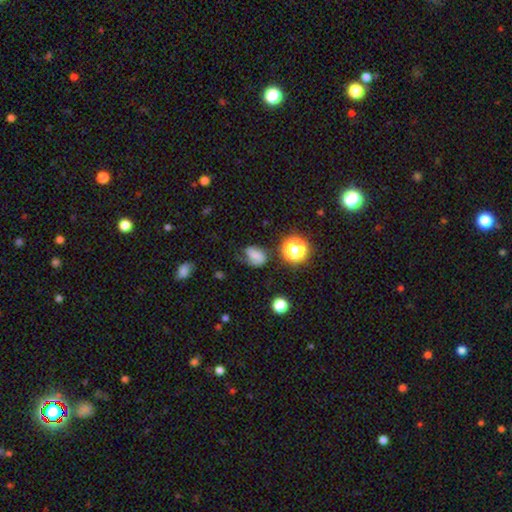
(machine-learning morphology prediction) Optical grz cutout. It shows a smooth galaxy with no disk features (54%) that is in between round and cigar-shaped (57%). Merging: none (52%).